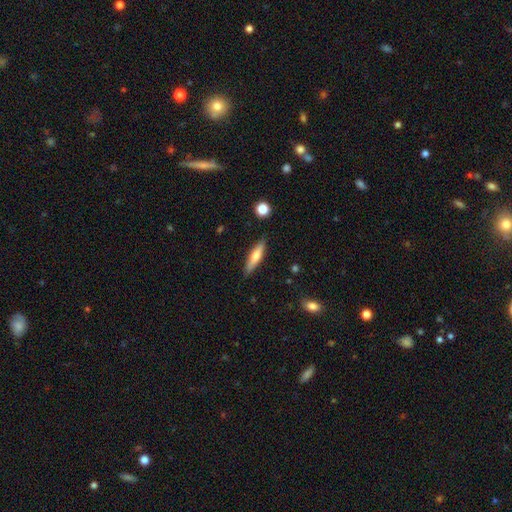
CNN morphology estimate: The model was most divided on "smooth or featured": smooth: 56%, featured or disk: 37%, star or artifact: 6%. More confident: merging — none (86%); how rounded — cigar-shaped (77%).